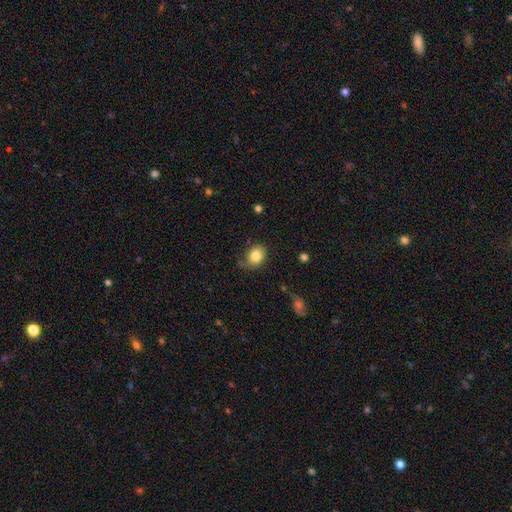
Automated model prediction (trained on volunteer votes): smooth_or_featured: smooth (p=0.83) [alt: star or artifact p=0.09]
how_rounded: round (p=0.53) [alt: in between p=0.46]
merging: none (p=0.67) [alt: minor disturbance p=0.24]